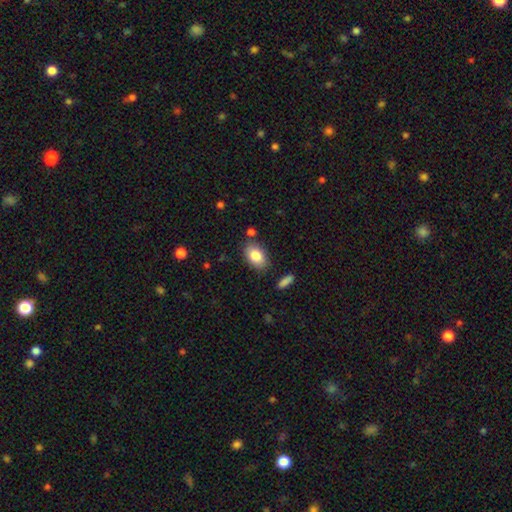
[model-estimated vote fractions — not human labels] smooth-or-featured: smooth: 82% | featured or disk: 11% | star or artifact: 7%
  how-rounded: in between: 89% | round: 10% | cigar-shaped: 2%
  merging: none: 80% | minor disturbance: 13% | merger: 5% | major disturbance: 3%